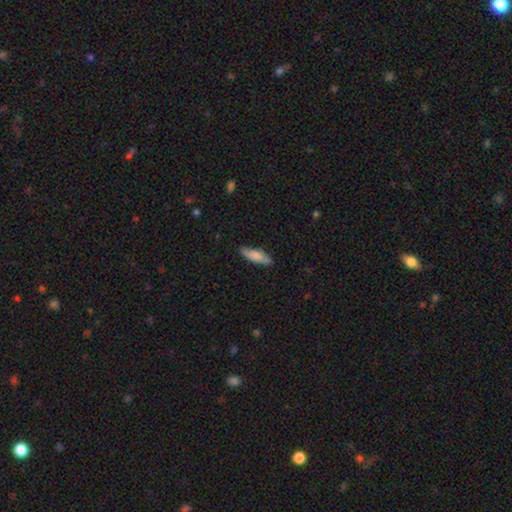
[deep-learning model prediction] smooth_or_featured: smooth (p=0.78) [alt: featured or disk p=0.16]
how_rounded: cigar-shaped (p=0.55) [alt: in between p=0.43]
merging: none (p=0.83) [alt: minor disturbance p=0.14]